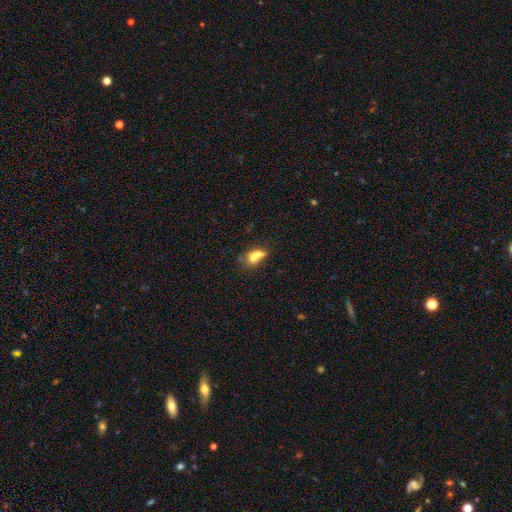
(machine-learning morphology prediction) A smooth galaxy with no disk features (65%) that is in between round and cigar-shaped (61%).

Vote fractions:
- Smooth or featured? smooth: 65% / featured or disk: 24% / star or artifact: 11%
- How rounded? in between: 61% / round: 34% / cigar-shaped: 5%
- Merging? merger: 60% / none: 23% / minor disturbance: 10% / major disturbance: 8%